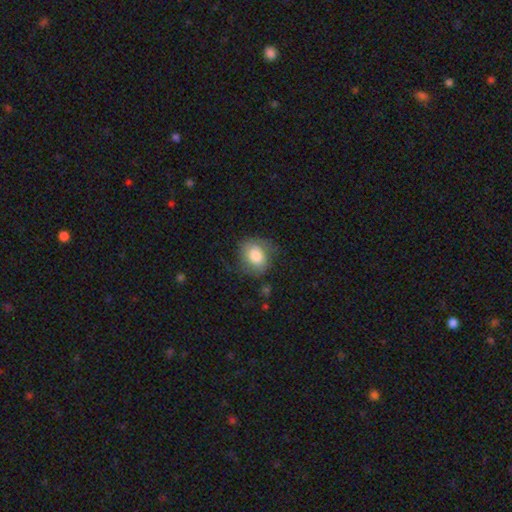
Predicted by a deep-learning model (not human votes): Q: Smooth or featured?
A: smooth (74%); runner-up: featured or disk (19%)
Q: How rounded?
A: round (54%); runner-up: in between (45%)
Q: Merging?
A: none (63%); runner-up: minor disturbance (24%)